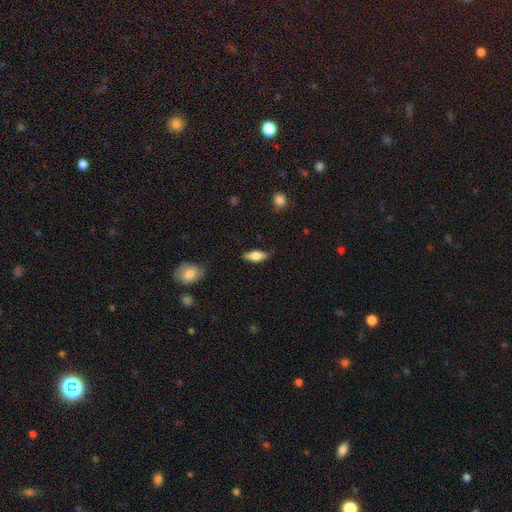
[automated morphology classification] Smooth or featured?
  - smooth: 64% *
  - featured or disk: 30%
  - star or artifact: 6%
How rounded?
  - in between: 72% *
  - cigar-shaped: 25%
  - round: 3%
Merging?
  - none: 81% *
  - minor disturbance: 15%
  - major disturbance: 3%
  - merger: 1%